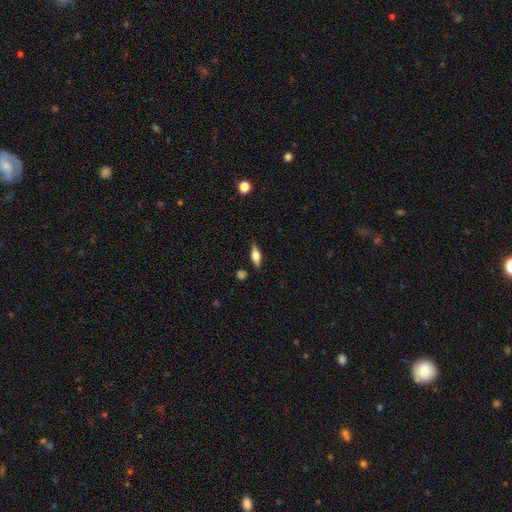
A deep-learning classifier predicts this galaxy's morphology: A smooth galaxy with no disk features (52%) that is in between round and cigar-shaped (60%). Merging: none (84%).